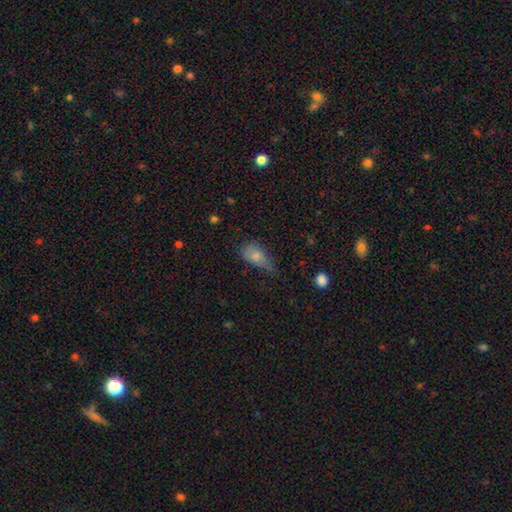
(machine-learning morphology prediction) A smooth galaxy with no disk features (74%) that is in between round and cigar-shaped (85%).

Vote fractions:
- Smooth or featured? smooth: 74% / featured or disk: 15% / star or artifact: 10%
- How rounded? in between: 85% / round: 10% / cigar-shaped: 5%
- Merging? minor disturbance: 41% / major disturbance: 28% / none: 27% / merger: 4%